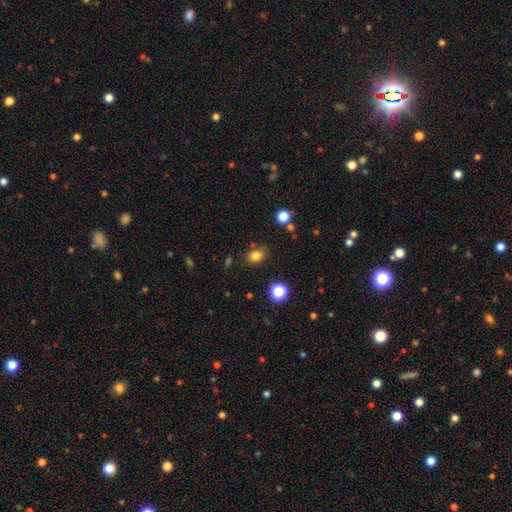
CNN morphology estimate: Smooth or featured? smooth (81%)
How rounded? in between (60%)
Merging? none (78%)